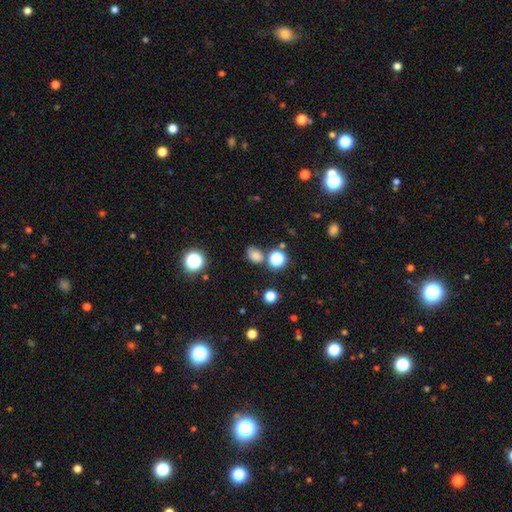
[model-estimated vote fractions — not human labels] Q: Smooth or featured?
A: smooth (74%); runner-up: star or artifact (19%)
Q: How rounded?
A: in between (63%); runner-up: round (36%)
Q: Merging?
A: none (69%); runner-up: minor disturbance (15%)